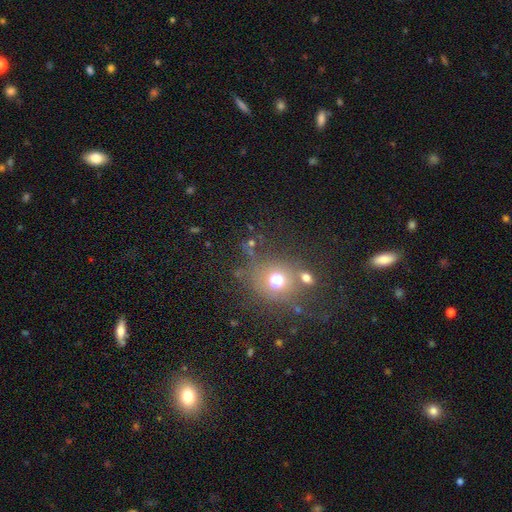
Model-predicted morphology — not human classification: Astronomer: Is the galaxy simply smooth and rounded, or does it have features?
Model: smooth — 59%.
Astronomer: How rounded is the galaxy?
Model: round — 81%.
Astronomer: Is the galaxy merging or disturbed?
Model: none — 67%.